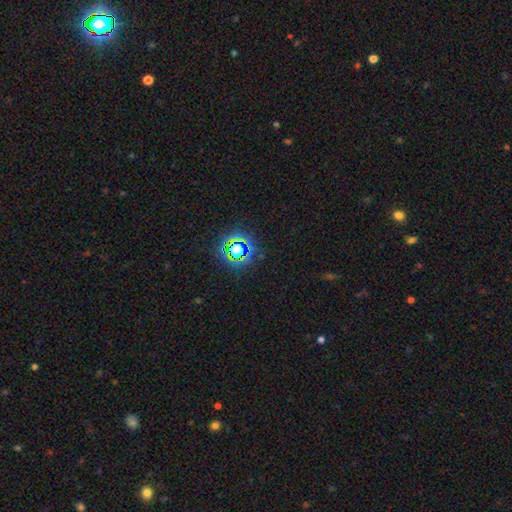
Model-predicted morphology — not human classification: star or artifact 78%, smooth 15%, featured or disk 7%.